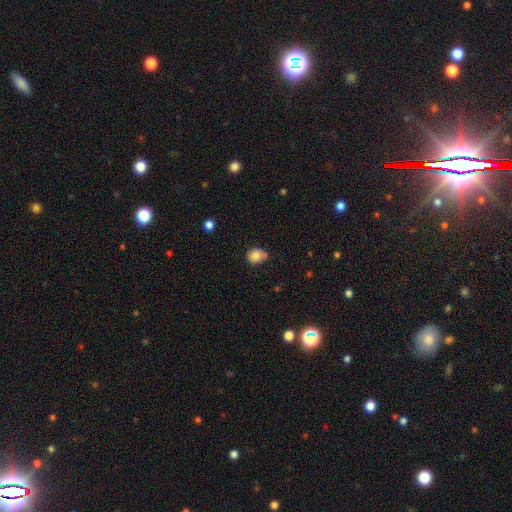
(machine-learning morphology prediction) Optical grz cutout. It shows a smooth galaxy with no disk features (82%) that is round (52%). Merging: none (57%).